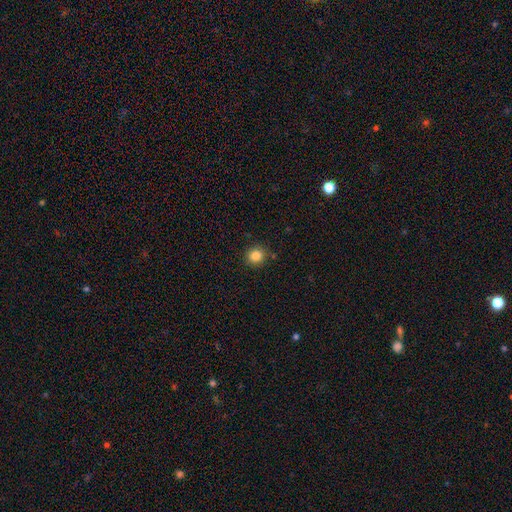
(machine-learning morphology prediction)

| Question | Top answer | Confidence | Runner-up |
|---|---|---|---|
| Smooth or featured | smooth | 84% | star or artifact (11%) |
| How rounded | round | 91% | in between (8%) |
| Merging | none | 88% | minor disturbance (8%) |